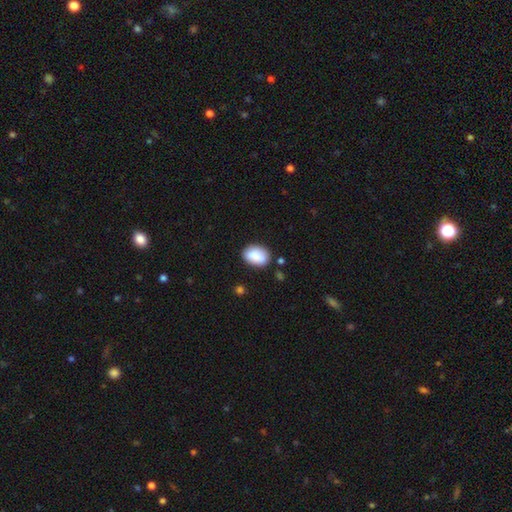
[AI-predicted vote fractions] smooth_or_featured: smooth (p=0.88) [alt: star or artifact p=0.07]
how_rounded: in between (p=0.80) [alt: round p=0.19]
merging: none (p=0.79) [alt: minor disturbance p=0.15]